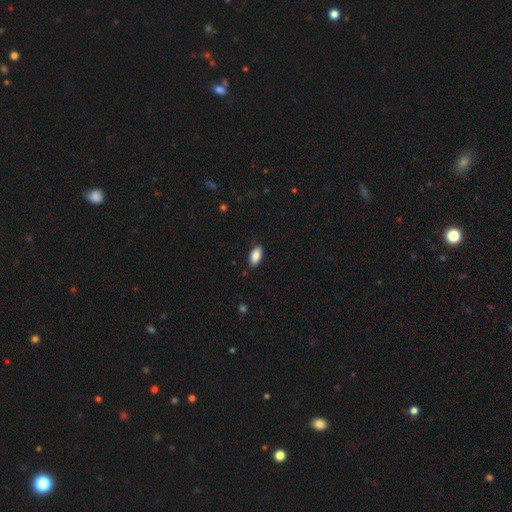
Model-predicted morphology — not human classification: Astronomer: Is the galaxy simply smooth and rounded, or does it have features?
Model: smooth — 89%.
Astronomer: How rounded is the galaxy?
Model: in between — 92%.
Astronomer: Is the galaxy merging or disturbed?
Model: none — 85%.